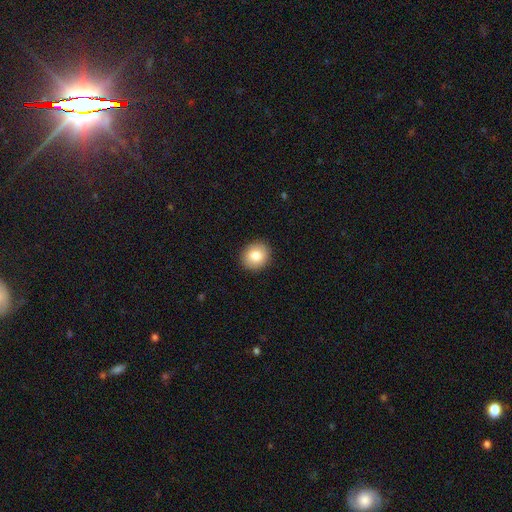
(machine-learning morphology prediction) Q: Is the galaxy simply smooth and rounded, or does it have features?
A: smooth — 82%.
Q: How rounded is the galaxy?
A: round — 73%.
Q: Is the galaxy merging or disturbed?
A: none — 91%.